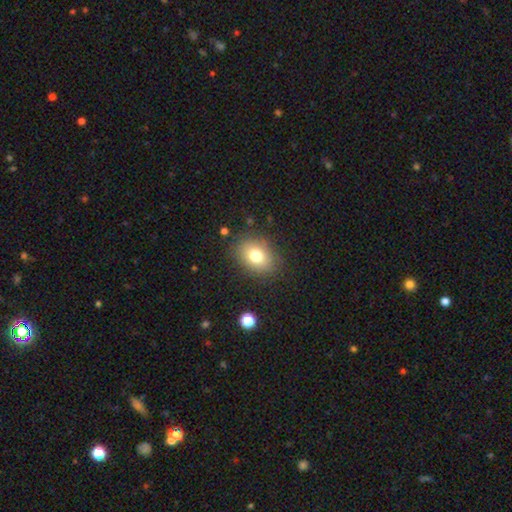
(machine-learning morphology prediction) The model was most divided on "how rounded": in between: 61%, round: 38%, cigar-shaped: 1%. More confident: merging — none (84%); smooth or featured — smooth (76%).